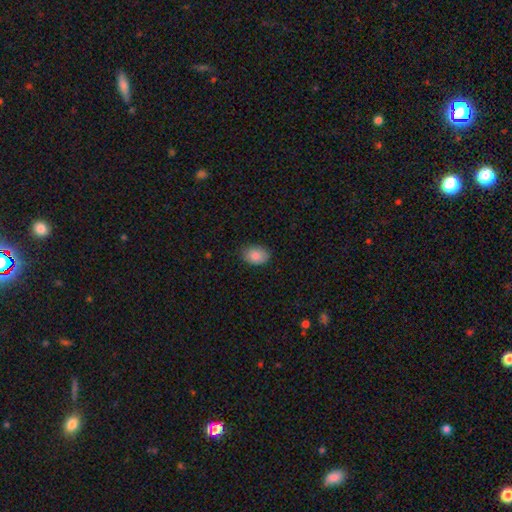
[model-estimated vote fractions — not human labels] Smooth or featured?
  - smooth: 88% *
  - star or artifact: 7%
  - featured or disk: 5%
How rounded?
  - in between: 78% *
  - round: 21%
  - cigar-shaped: 1%
Merging?
  - none: 82% *
  - minor disturbance: 15%
  - major disturbance: 3%
  - merger: 1%